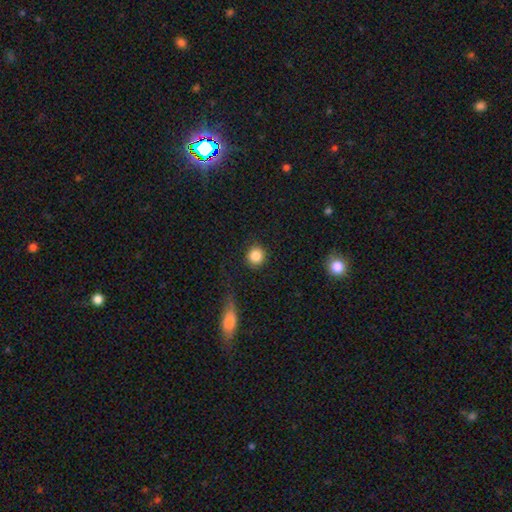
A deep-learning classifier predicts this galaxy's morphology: A smooth galaxy with no disk features (86%) that is round (91%). Merging: none (86%).